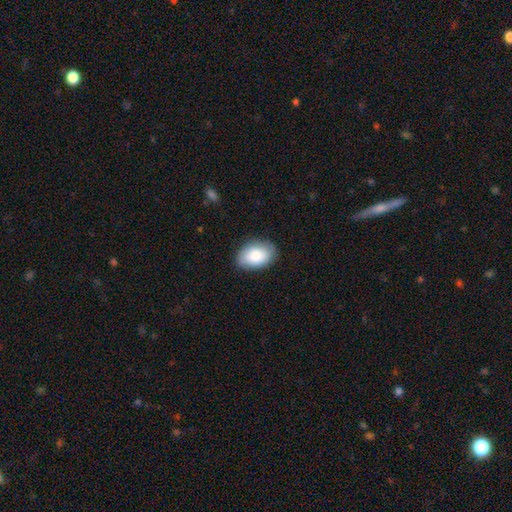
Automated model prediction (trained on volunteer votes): A smooth galaxy with no disk features (80%) that is in between round and cigar-shaped (88%). Merging: none (83%).